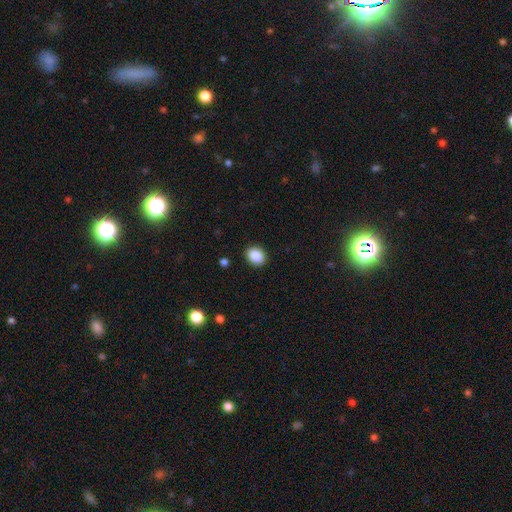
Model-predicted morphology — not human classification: smooth_or_featured: smooth (p=0.88) [alt: star or artifact p=0.09]
how_rounded: in between (p=0.56) [alt: round p=0.43]
merging: none (p=0.90) [alt: minor disturbance p=0.07]